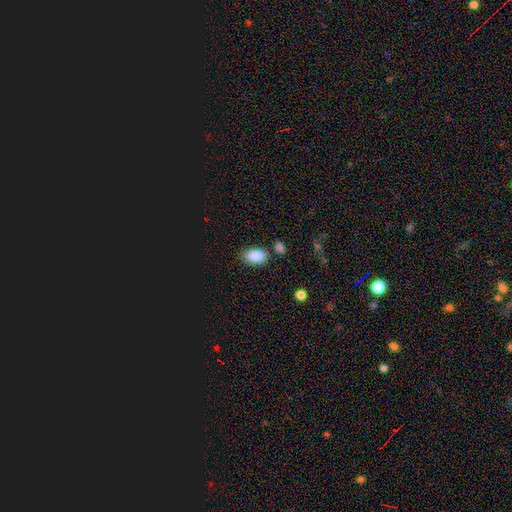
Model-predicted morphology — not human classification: Smooth or featured?
  - smooth: 88% *
  - star or artifact: 8%
  - featured or disk: 5%
How rounded?
  - in between: 91% *
  - round: 8%
  - cigar-shaped: 2%
Merging?
  - none: 76% *
  - minor disturbance: 14%
  - merger: 7%
  - major disturbance: 3%